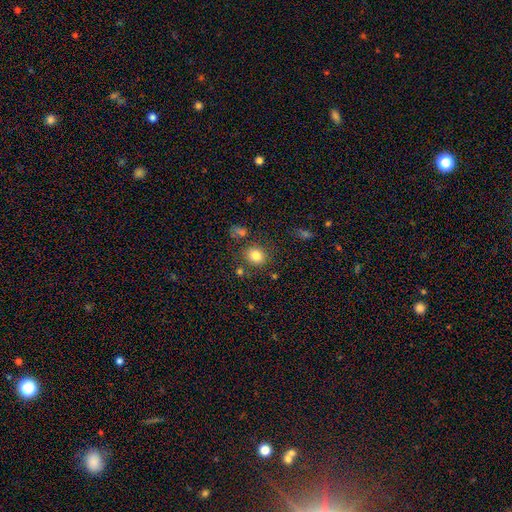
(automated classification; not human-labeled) Morphology: type=smooth (82%); roundness=round (74%); merging=none (77%).